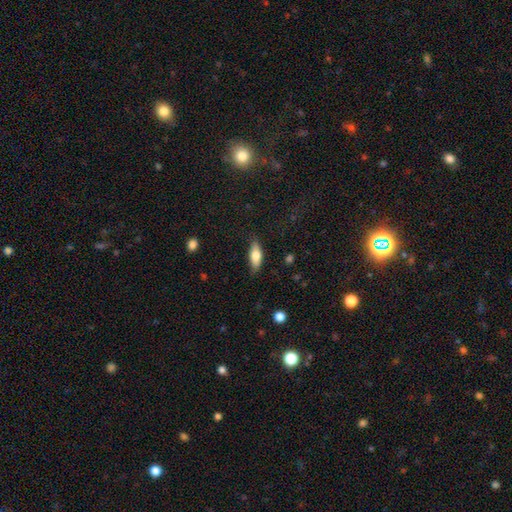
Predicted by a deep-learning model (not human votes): Smooth or featured? Predicted: smooth (p=0.69). How rounded? Predicted: in between (p=0.69). Merging? Predicted: none (p=0.80).